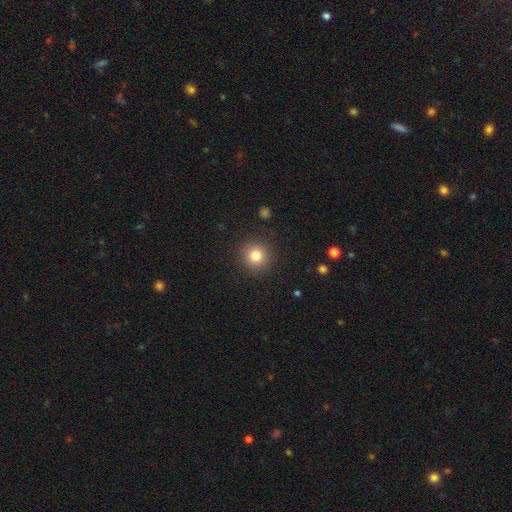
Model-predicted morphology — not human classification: This appears to be a smooth galaxy with no disk features (81%) that is round (94%). Merging: none (90%).